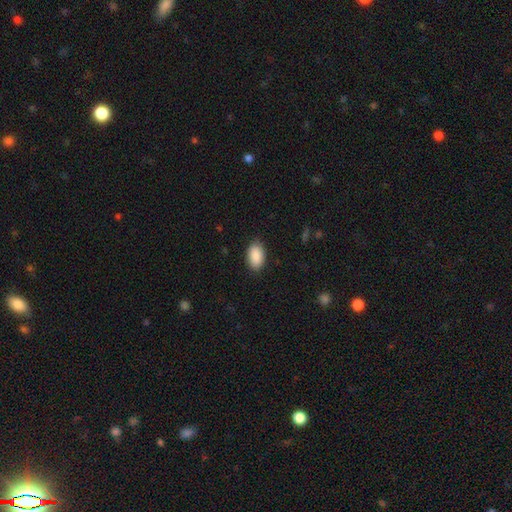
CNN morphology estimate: type=smooth (90%); roundness=in between (93%); merging=none (86%).